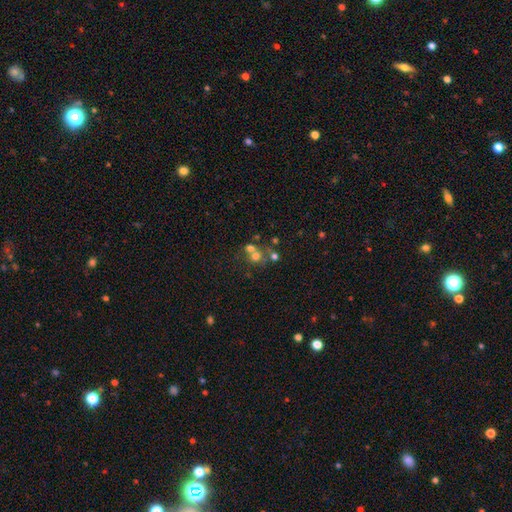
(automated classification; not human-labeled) Overall: smooth (59%; featured or disk 21%). How rounded: round (83%). Merging: merger (46%; none 41%).